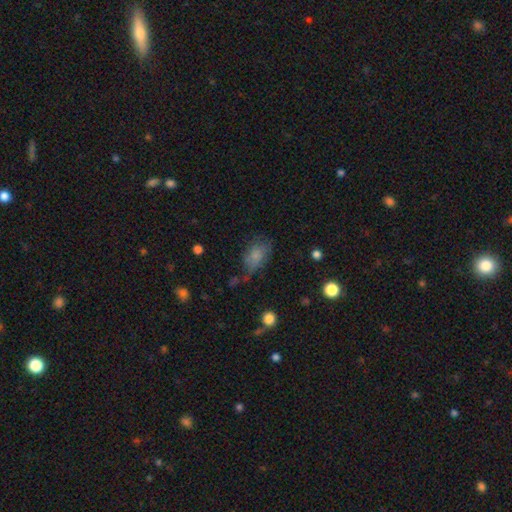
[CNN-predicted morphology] A smooth galaxy with no disk features (74%) that is in between round and cigar-shaped (86%).

Vote fractions:
- Smooth or featured? smooth: 74% / featured or disk: 15% / star or artifact: 11%
- How rounded? in between: 86% / round: 11% / cigar-shaped: 2%
- Merging? none: 43% / minor disturbance: 31% / major disturbance: 21% / merger: 5%